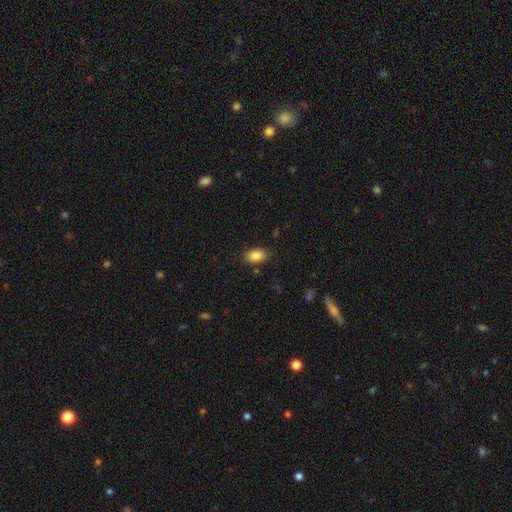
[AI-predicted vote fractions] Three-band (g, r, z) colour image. It shows a smooth galaxy with no disk features (86%) that is in between round and cigar-shaped (90%). Merging: none (84%).